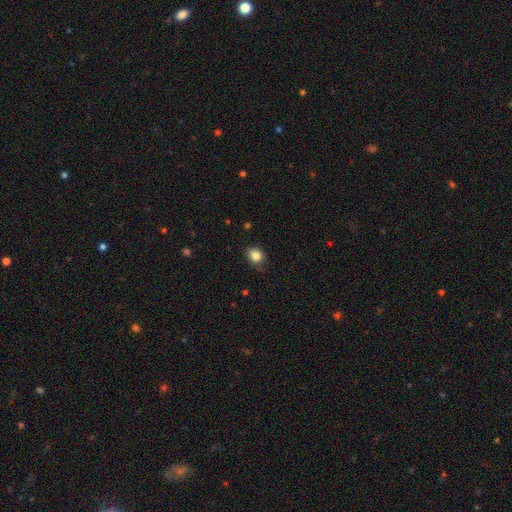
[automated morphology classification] This is clearly a smooth galaxy (84%). How rounded: likely round (67%). Merging: clearly none (80%).